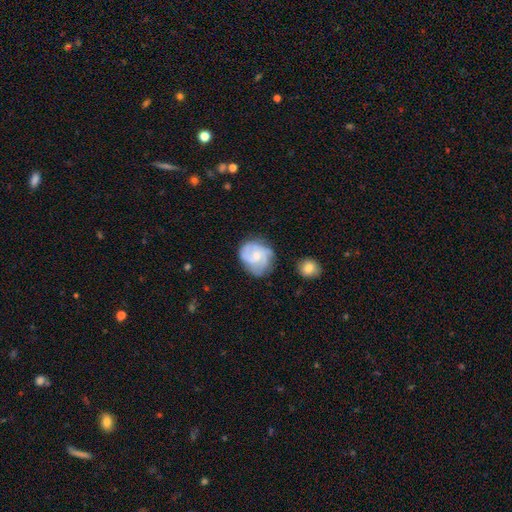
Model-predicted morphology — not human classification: The model was most divided on "spiral winding": medium: 45%, tight: 39%, loose: 15%. Remaining: edge-on disk — no (98%); spiral arms — yes (90%); smooth or featured — featured or disk (67%); bar — no (66%); merging — none (63%); bulge size — small (55%); spiral arm count — 3 (36%).